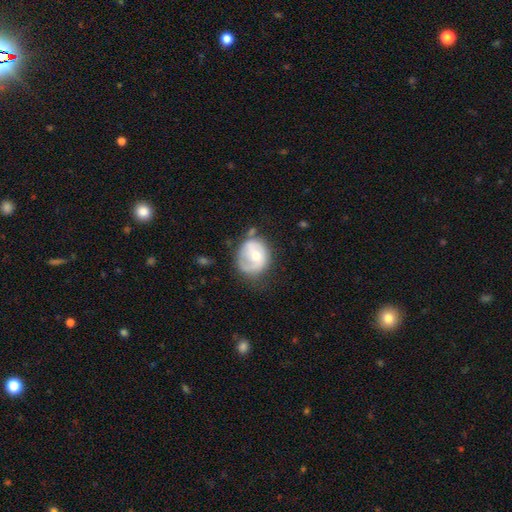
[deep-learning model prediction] smooth_or_featured: featured or disk (p=0.50) [alt: smooth p=0.43]
disk_edge_on: no (p=0.97) [alt: yes p=0.03]
merging: none (p=0.46) [alt: minor disturbance p=0.30]